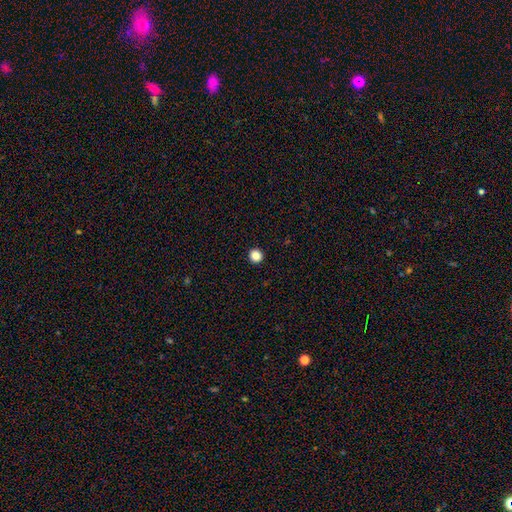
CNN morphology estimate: smooth 85%, star or artifact 11%, featured or disk 4%. Down the decision tree: how rounded — round (94%); merging — none (94%).